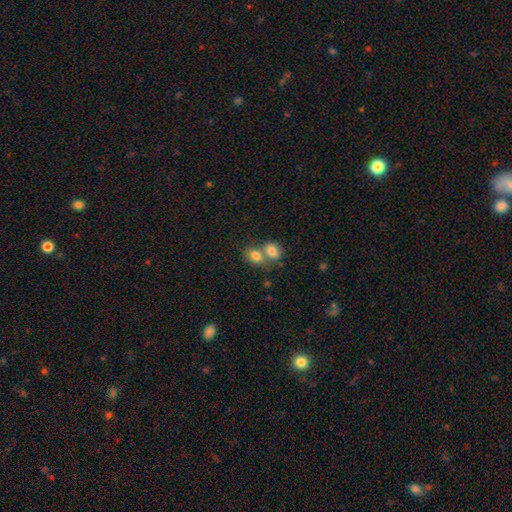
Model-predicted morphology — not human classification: smooth 80%, featured or disk 11%, star or artifact 10%. Down the decision tree: how rounded — in between (63%); merging — merger (60%).